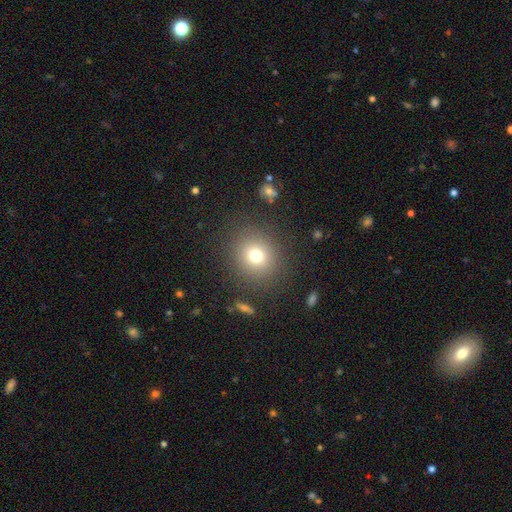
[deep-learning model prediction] A smooth galaxy with no disk features (73%) that is round (84%). Merging: none (86%).